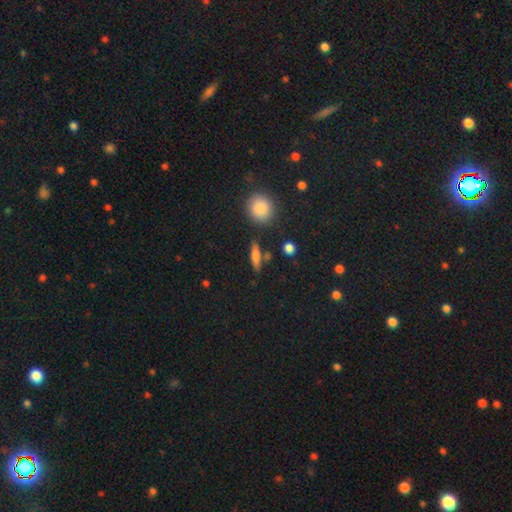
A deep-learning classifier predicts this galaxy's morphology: Smooth or featured? smooth (62%)
How rounded? cigar-shaped (63%)
Merging? none (80%)